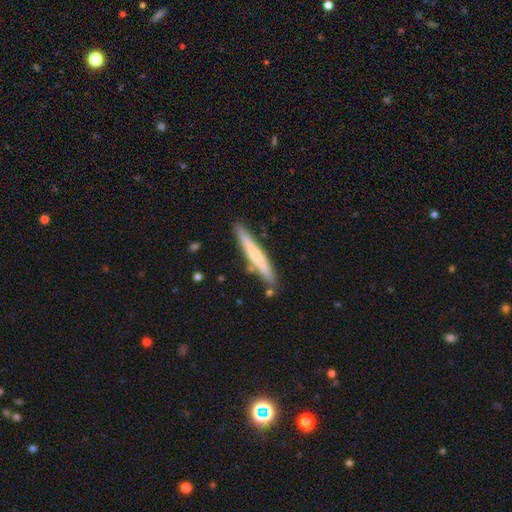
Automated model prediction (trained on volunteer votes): A smooth galaxy with no disk features (56%) that is cigar-shaped (96%). Merging: none (83%).